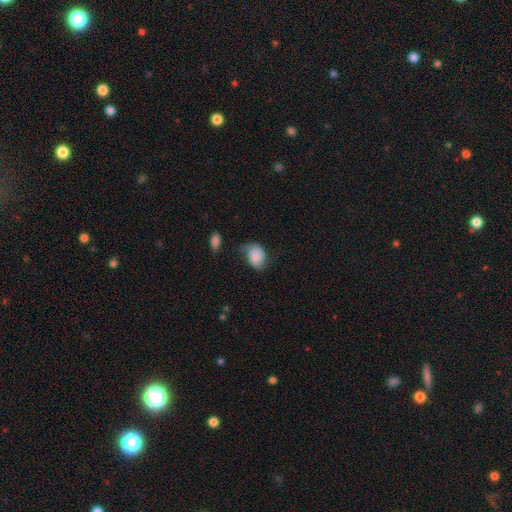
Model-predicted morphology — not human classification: This is likely a smooth galaxy (67%). How rounded: likely in between (67%). Merging: marginally none (43%).